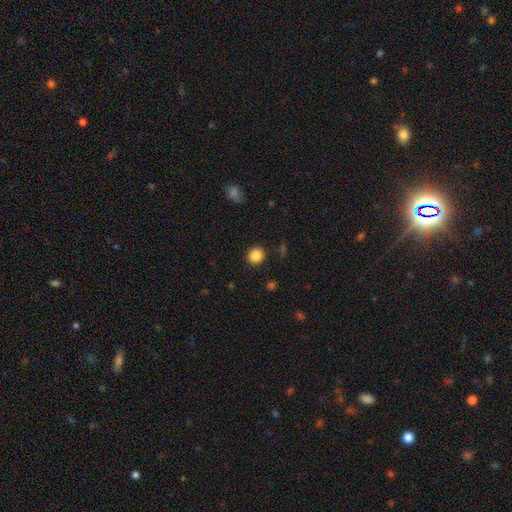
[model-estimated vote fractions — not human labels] Q: Smooth or featured?
A: smooth (87%); runner-up: star or artifact (10%)
Q: How rounded?
A: round (89%); runner-up: in between (10%)
Q: Merging?
A: none (90%); runner-up: minor disturbance (6%)